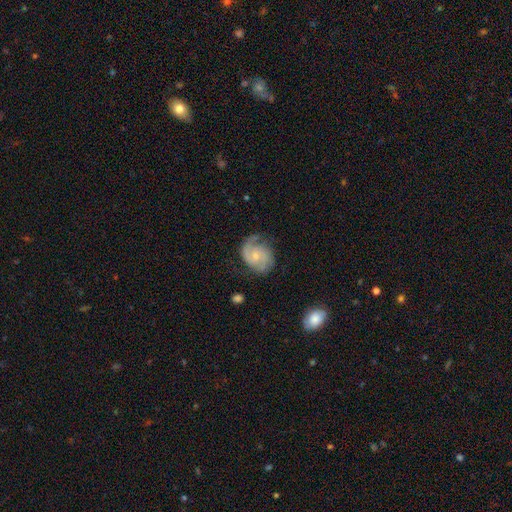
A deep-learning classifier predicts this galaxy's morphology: This appears to be a featured or disk galaxy (82%) with no bar (57%), 2 (79%) medium (50%) spiral arms (96%) and a small central bulge (61%). Merging: none (68%).